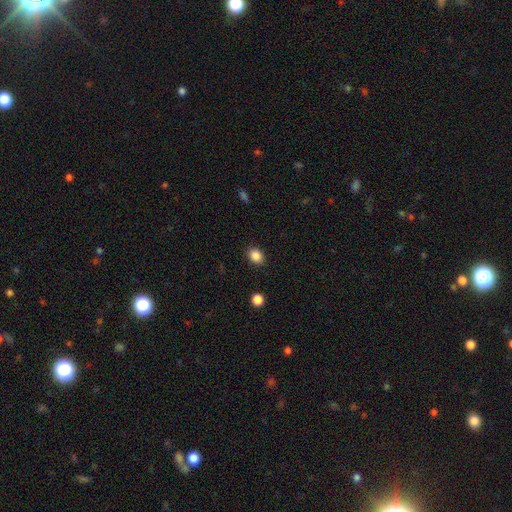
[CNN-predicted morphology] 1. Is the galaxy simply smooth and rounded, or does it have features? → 87% smooth, 10% star or artifact, 4% featured or disk.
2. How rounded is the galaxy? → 56% in between, 43% round, 1% cigar-shaped.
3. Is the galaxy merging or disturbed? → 88% none, 8% minor disturbance, 2% major disturbance, 1% merger.